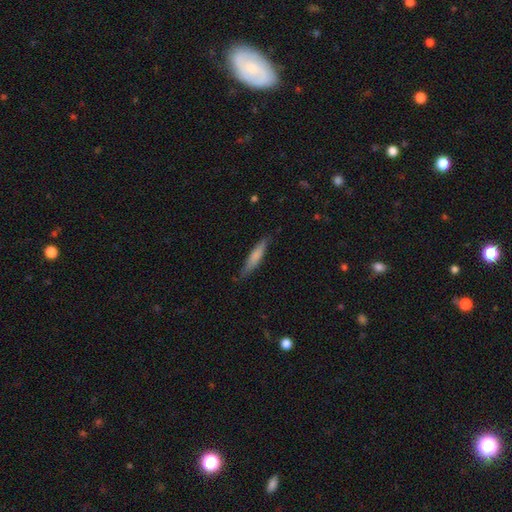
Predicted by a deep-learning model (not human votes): Morphology: type=smooth (71%); roundness=cigar-shaped (85%); merging=none (80%).